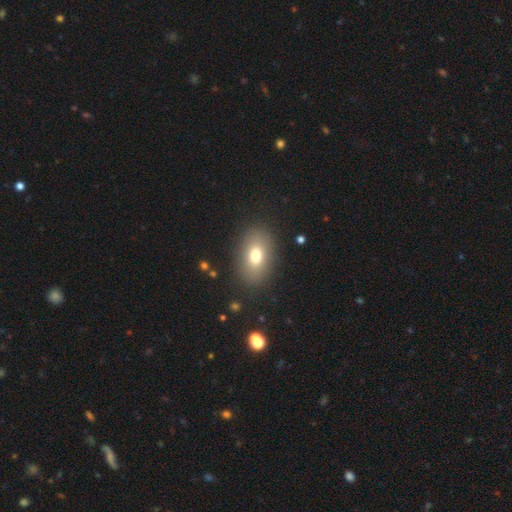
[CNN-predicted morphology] Smooth or featured?
  - smooth: 75% *
  - featured or disk: 15%
  - star or artifact: 10%
How rounded?
  - in between: 85% *
  - round: 13%
  - cigar-shaped: 2%
Merging?
  - none: 86% *
  - minor disturbance: 9%
  - major disturbance: 4%
  - merger: 1%